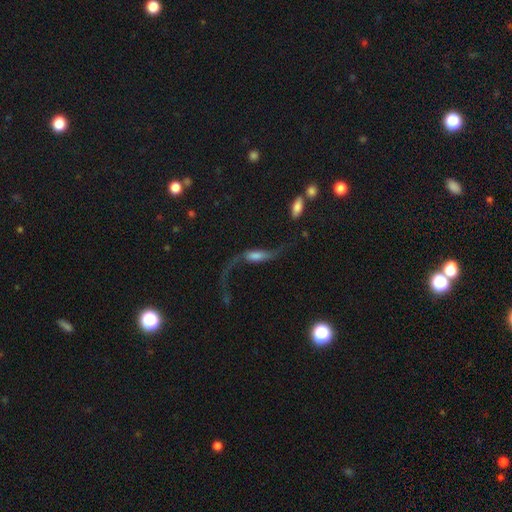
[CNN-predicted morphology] Smooth or featured: featured or disk — 70% (smooth — 22%)
Edge-on disk: no — 78% (yes — 22%)
Bar: no — 47% (weak — 32%)
Spiral arms: yes — 88% (no — 12%)
Bulge size: moderate — 25% (large — 24%)
Merging: none — 39% (major disturbance — 37%)